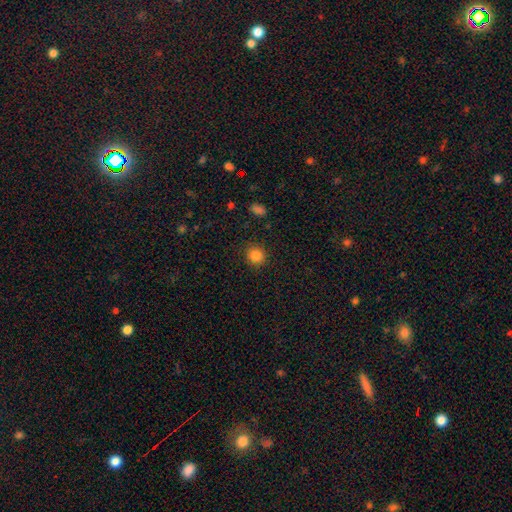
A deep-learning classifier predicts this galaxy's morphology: This appears to be a smooth galaxy with no disk features (84%) that is round (89%). Merging: none (89%).